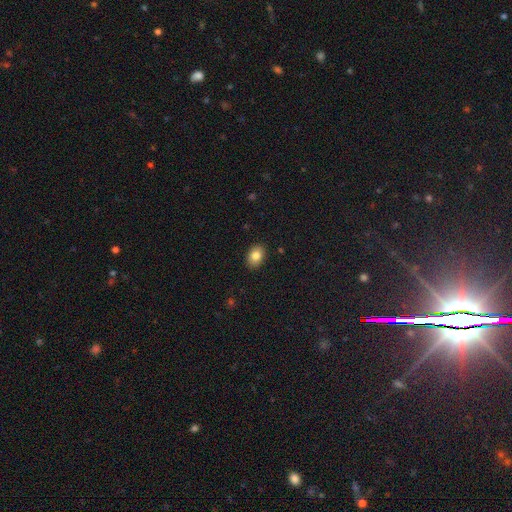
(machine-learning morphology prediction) This is clearly a smooth galaxy (83%). How rounded: clearly in between (80%). Merging: clearly none (89%).